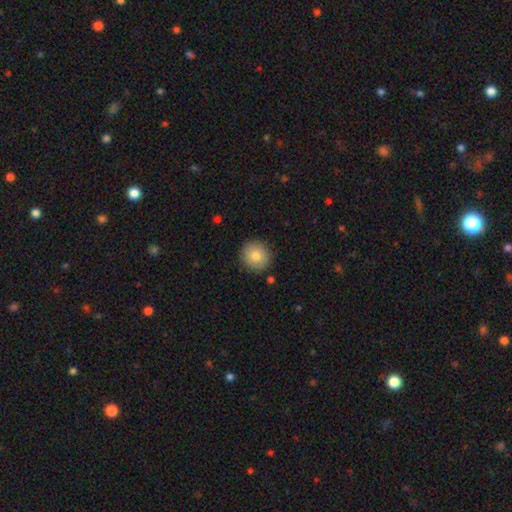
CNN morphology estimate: Overall: smooth (82%). How rounded: round (92%). Merging: none (89%).